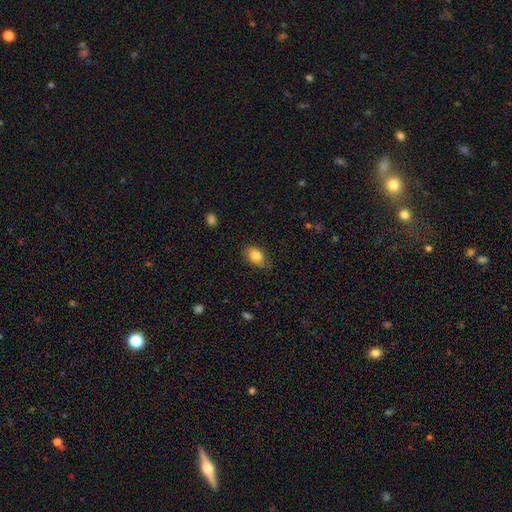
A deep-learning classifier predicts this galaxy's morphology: A smooth galaxy with no disk features (82%) that is in between round and cigar-shaped (81%).

Vote fractions:
- Smooth or featured? smooth: 82% / featured or disk: 10% / star or artifact: 8%
- How rounded? in between: 81% / round: 17% / cigar-shaped: 2%
- Merging? none: 77% / minor disturbance: 19% / major disturbance: 4% / merger: 1%